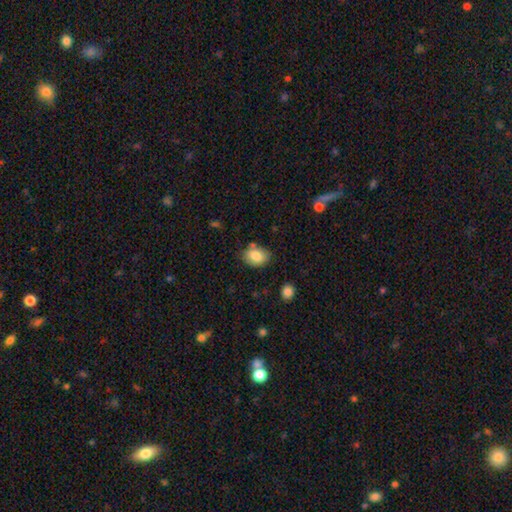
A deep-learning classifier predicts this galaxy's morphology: Q: Smooth or featured?
A: smooth (84%); runner-up: featured or disk (8%)
Q: How rounded?
A: in between (69%); runner-up: round (30%)
Q: Merging?
A: none (74%); runner-up: minor disturbance (16%)